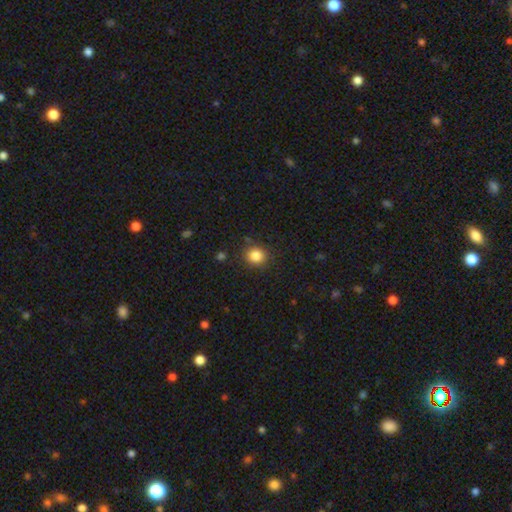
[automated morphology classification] smooth-or-featured: smooth: 84% | star or artifact: 11% | featured or disk: 5%
  how-rounded: round: 83% | in between: 16% | cigar-shaped: 1%
  merging: none: 84% | minor disturbance: 10% | major disturbance: 3% | merger: 2%